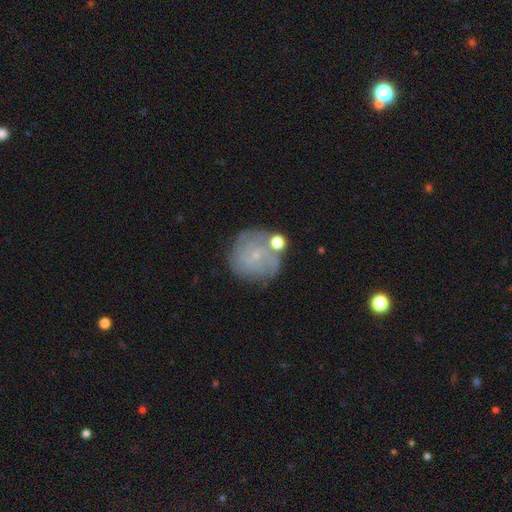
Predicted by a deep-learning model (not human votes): A featured or disk galaxy (64%) with no bar (71%), tight (62%) spiral arms (83%) and a small central bulge (83%).

Vote fractions:
- Smooth or featured? featured or disk: 64% / smooth: 26% / star or artifact: 10%
- Edge-on disk? no: 98% / yes: 2%
- Bar? no: 71% / weak: 24% / strong: 4%
- Spiral arms? yes: 83% / no: 17%
- Spiral winding? tight: 62% / medium: 28% / loose: 10%
- Spiral arm count? can't tell: 45% / 3: 16% / 2: 14% / 4: 12% / more than 4: 6% / 1: 6%
- Bulge size? small: 83% / moderate: 8% / none: 7% / large: 1% / dominant: 1%
- Merging? none: 67% / minor disturbance: 17% / merger: 9% / major disturbance: 7%